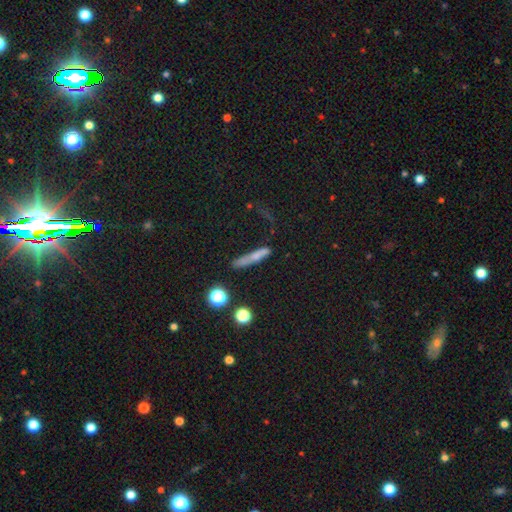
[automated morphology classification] smooth_or_featured: smooth (p=0.60) [alt: featured or disk p=0.26]
how_rounded: cigar-shaped (p=0.86) [alt: in between p=0.10]
merging: none (p=0.65) [alt: minor disturbance p=0.19]